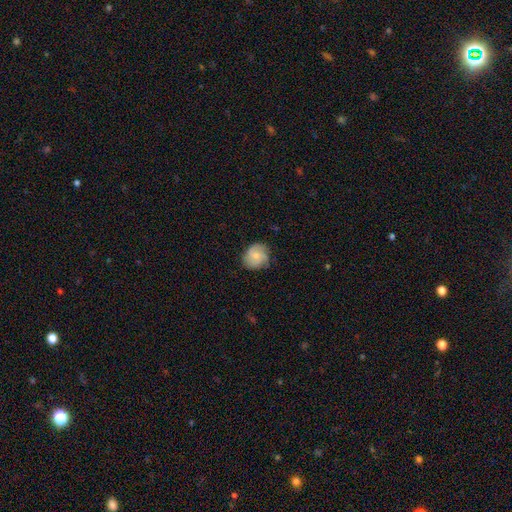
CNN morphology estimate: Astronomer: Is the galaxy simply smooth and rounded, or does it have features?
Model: smooth — 56% (runner-up: featured or disk, 36%).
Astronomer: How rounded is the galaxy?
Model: round — 73%.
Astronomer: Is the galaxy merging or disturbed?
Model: none — 70%.